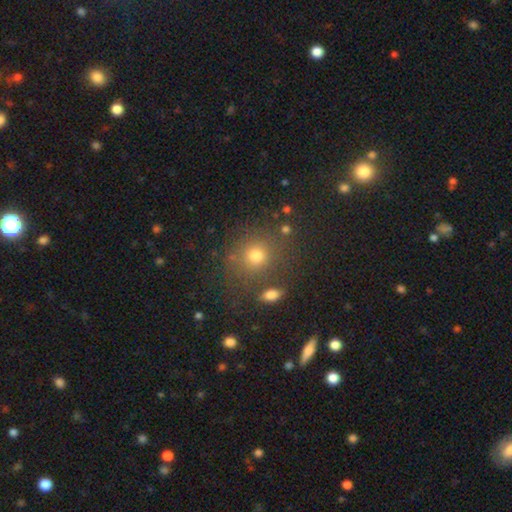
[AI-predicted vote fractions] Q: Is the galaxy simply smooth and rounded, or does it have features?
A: smooth — 73%.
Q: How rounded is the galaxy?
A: round — 82%.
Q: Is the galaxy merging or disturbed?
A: none — 76%.